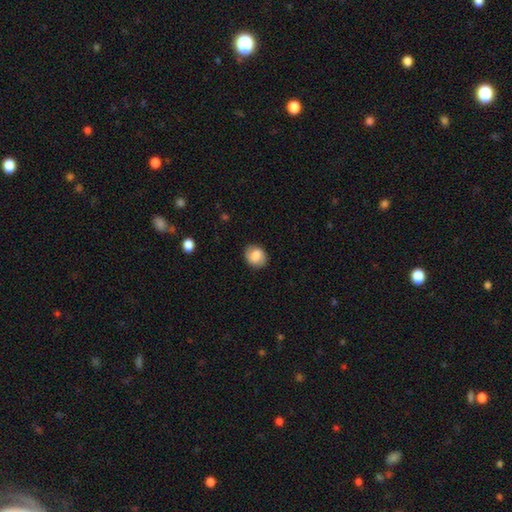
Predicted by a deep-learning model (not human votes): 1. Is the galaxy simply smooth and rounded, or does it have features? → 70% smooth, 22% featured or disk, 8% star or artifact.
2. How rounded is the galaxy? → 51% round, 48% in between, 1% cigar-shaped.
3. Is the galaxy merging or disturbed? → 82% none, 14% minor disturbance, 3% major disturbance, 1% merger.